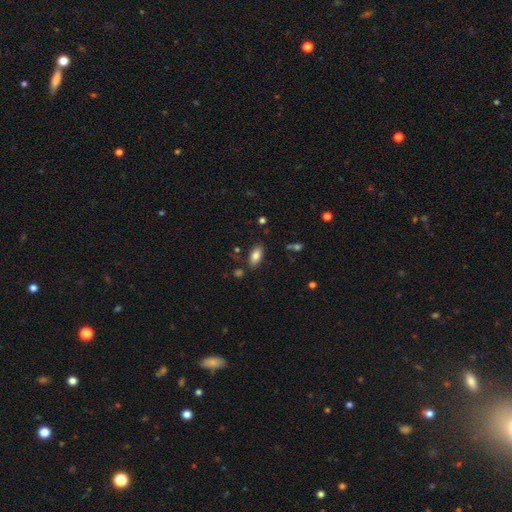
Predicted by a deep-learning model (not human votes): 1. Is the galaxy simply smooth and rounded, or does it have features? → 81% smooth, 11% featured or disk, 8% star or artifact.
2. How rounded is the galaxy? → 90% in between, 8% cigar-shaped, 3% round.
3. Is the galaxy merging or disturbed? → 81% none, 12% minor disturbance, 4% merger, 3% major disturbance.